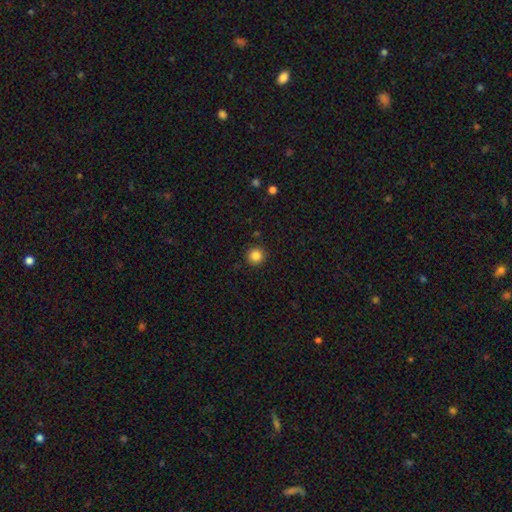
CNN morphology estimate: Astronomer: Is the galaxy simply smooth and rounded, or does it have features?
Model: smooth — 85%.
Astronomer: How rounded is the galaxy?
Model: round — 95%.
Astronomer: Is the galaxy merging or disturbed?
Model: none — 92%.